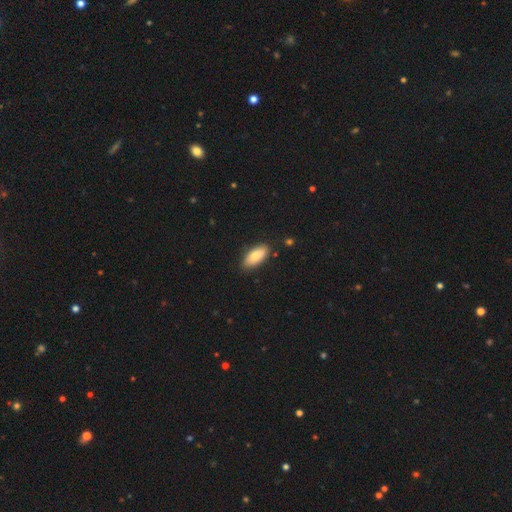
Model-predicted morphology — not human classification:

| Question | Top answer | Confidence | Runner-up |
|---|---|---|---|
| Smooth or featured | smooth | 81% | featured or disk (13%) |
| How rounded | in between | 86% | cigar-shaped (12%) |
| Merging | none | 85% | minor disturbance (11%) |